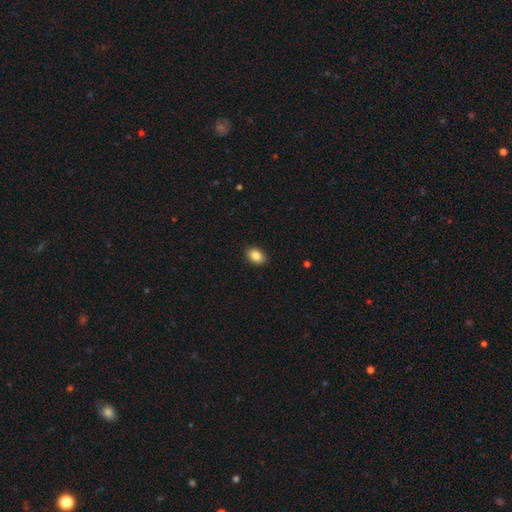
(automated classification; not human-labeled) This appears to be a smooth galaxy with no disk features (86%) that is in between round and cigar-shaped (80%). Merging: none (90%).